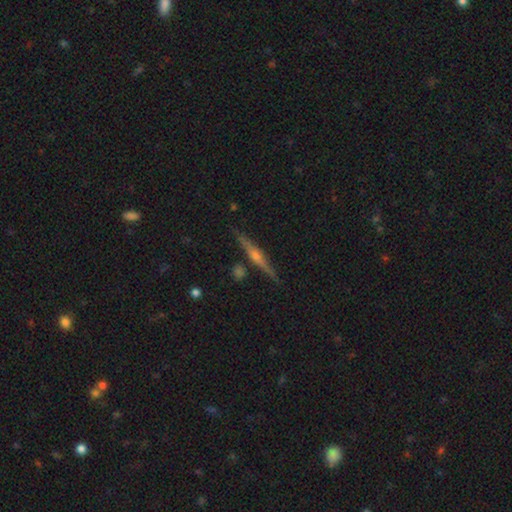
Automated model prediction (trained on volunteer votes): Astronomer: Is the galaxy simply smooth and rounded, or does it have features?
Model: featured or disk — 77%.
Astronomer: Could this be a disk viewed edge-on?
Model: yes — 98%.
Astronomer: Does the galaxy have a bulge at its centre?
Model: rounded — 85%.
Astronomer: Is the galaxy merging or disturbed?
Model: none — 88%.